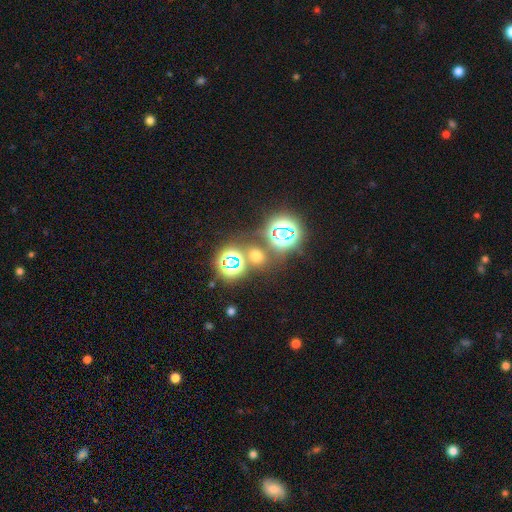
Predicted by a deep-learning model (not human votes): The model was most divided on "smooth or featured": star or artifact: 51%, smooth: 41%, featured or disk: 8%.